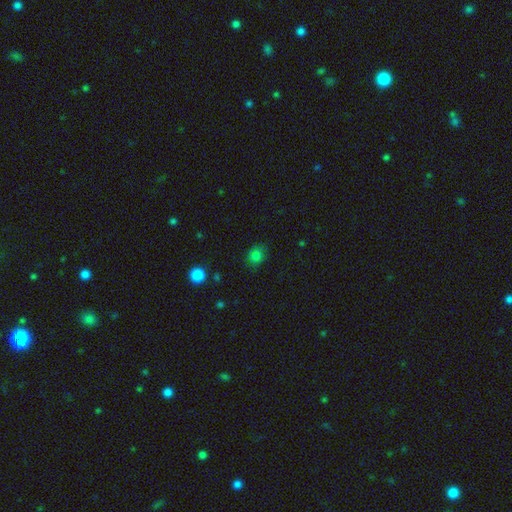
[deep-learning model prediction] This appears to be a smooth galaxy with no disk features (81%) that is round (71%). Merging: none (82%).